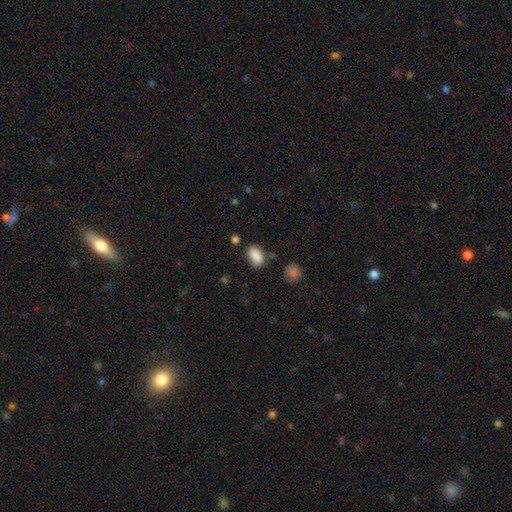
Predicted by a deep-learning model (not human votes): smooth_or_featured: smooth (p=0.86) [alt: star or artifact p=0.09]
how_rounded: in between (p=0.88) [alt: round p=0.10]
merging: none (p=0.68) [alt: minor disturbance p=0.21]